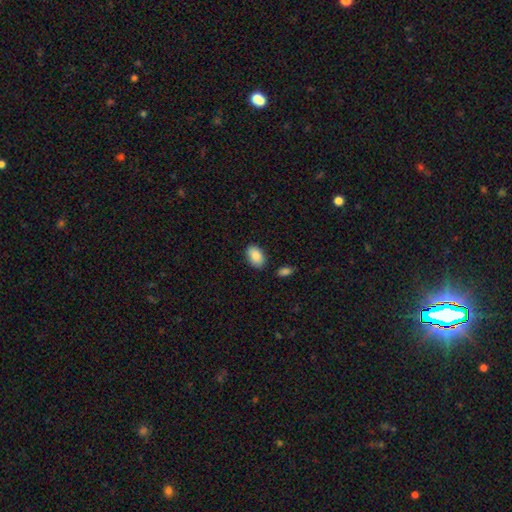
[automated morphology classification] Smooth or featured?
  - smooth: 87% *
  - star or artifact: 6%
  - featured or disk: 6%
How rounded?
  - in between: 91% *
  - round: 7%
  - cigar-shaped: 1%
Merging?
  - none: 85% *
  - minor disturbance: 10%
  - merger: 3%
  - major disturbance: 2%